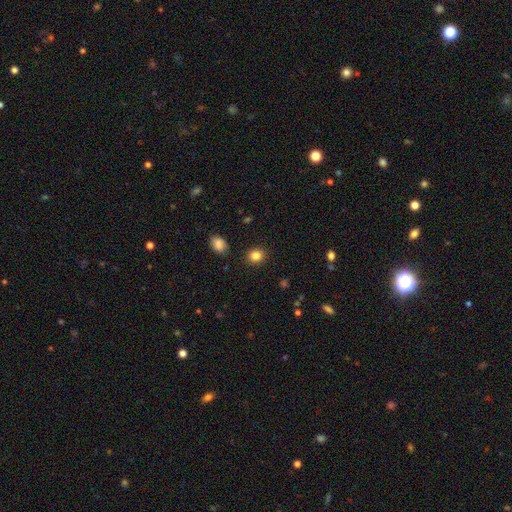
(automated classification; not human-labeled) smooth_or_featured: smooth (p=0.85) [alt: star or artifact p=0.11]
how_rounded: round (p=0.73) [alt: in between p=0.26]
merging: none (p=0.89) [alt: minor disturbance p=0.07]